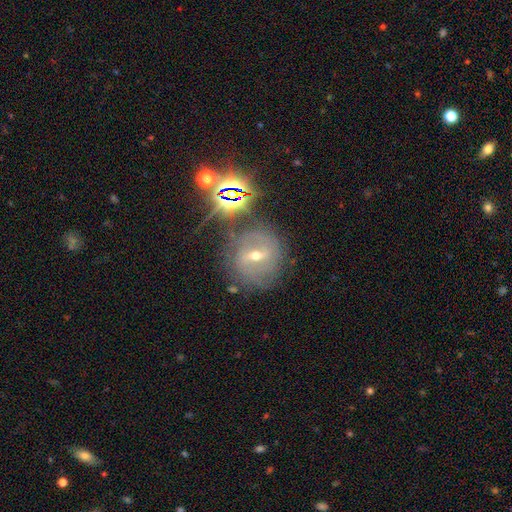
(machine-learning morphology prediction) A featured or disk galaxy (69%) with a strong bar (48%), 2 (54%) tight (44%) spiral arms (80%) and a moderate central bulge (54%). Merging: none (75%).